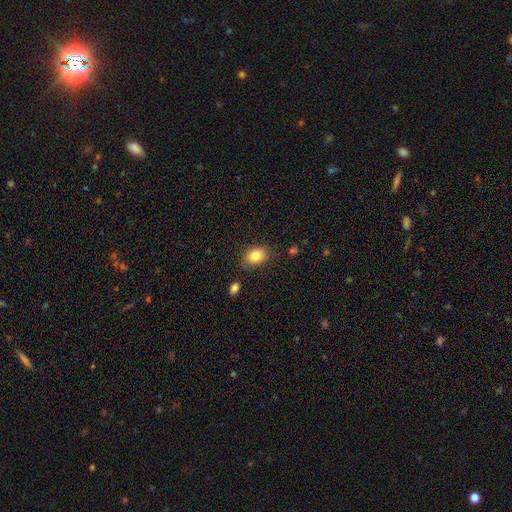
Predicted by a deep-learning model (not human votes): Smooth or featured? Predicted: smooth (p=0.83). How rounded? Predicted: in between (p=0.67). Merging? Predicted: none (p=0.83).